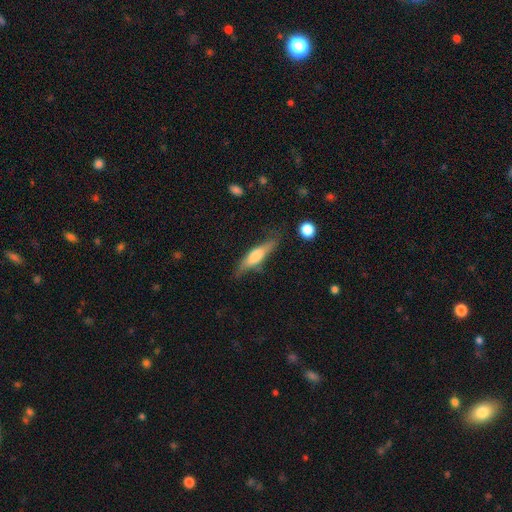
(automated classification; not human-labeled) smooth_or_featured: smooth (p=0.48) [alt: featured or disk p=0.45]
merging: none (p=0.71) [alt: minor disturbance p=0.20]